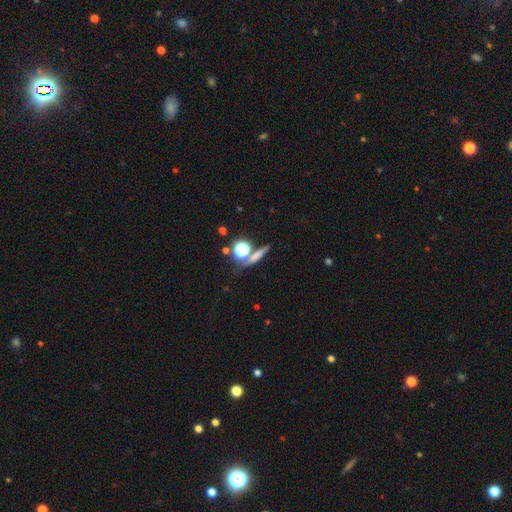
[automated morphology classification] Smooth or featured: smooth — 57% (featured or disk — 22%)
How rounded: cigar-shaped — 54% (round — 28%)
Merging: none — 71% (merger — 14%)